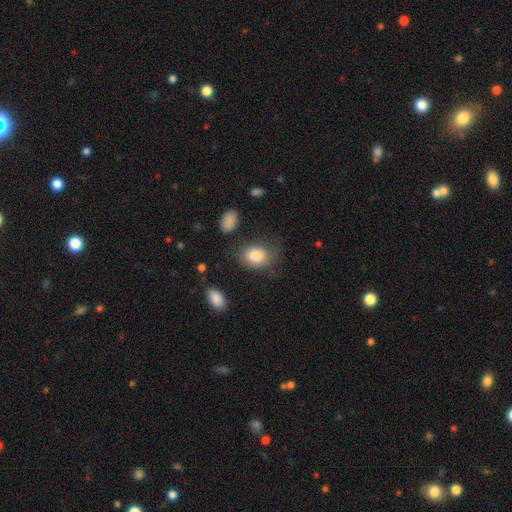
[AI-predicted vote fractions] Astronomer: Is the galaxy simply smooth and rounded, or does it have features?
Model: smooth — 84%.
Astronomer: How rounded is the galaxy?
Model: in between — 66%.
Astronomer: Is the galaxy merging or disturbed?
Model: none — 61%.